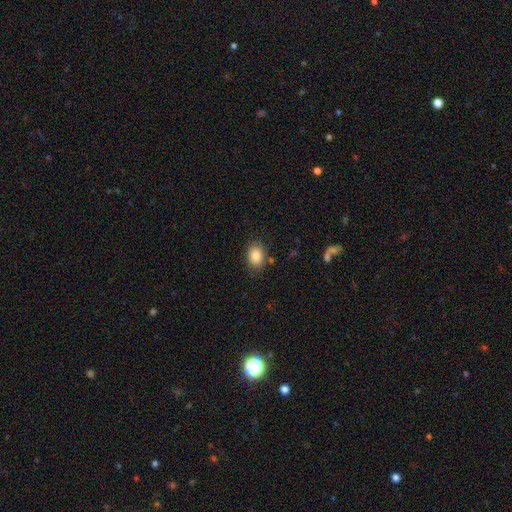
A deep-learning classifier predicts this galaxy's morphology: The model was most divided on "how rounded": in between: 72%, round: 27%, cigar-shaped: 1%. More confident: smooth or featured — smooth (83%); merging — none (80%).